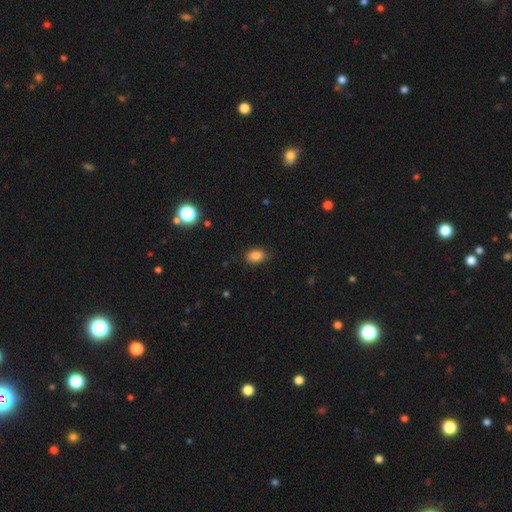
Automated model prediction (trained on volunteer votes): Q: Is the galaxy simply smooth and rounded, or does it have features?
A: smooth — 85%.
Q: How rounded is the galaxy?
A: in between — 79%.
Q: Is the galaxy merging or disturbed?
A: none — 81%.